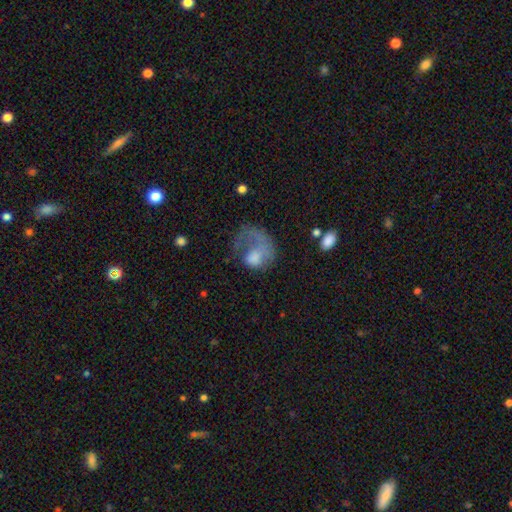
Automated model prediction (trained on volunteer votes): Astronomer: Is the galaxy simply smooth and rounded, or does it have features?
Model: smooth — 50% (runner-up: featured or disk, 41%).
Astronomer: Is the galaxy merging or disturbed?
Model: major disturbance — 61%.